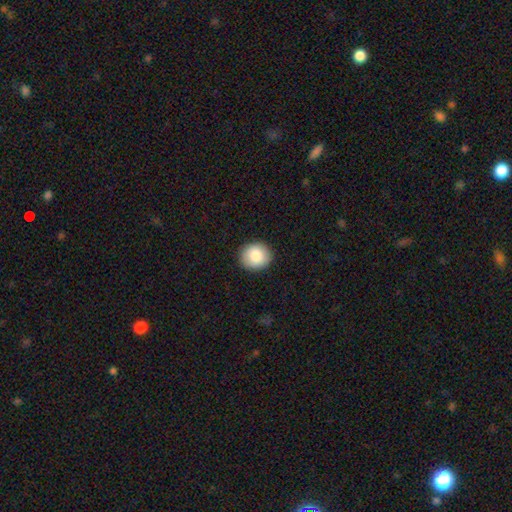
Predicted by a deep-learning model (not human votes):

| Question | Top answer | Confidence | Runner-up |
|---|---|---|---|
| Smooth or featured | smooth | 85% | star or artifact (7%) |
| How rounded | round | 79% | in between (20%) |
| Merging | none | 91% | minor disturbance (6%) |